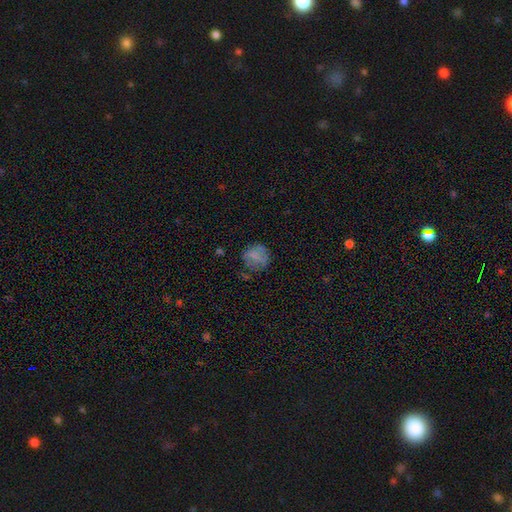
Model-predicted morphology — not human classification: Smooth or featured?
  - smooth: 66% *
  - featured or disk: 24%
  - star or artifact: 10%
How rounded?
  - round: 82% *
  - in between: 17%
  - cigar-shaped: 1%
Merging?
  - none: 66% *
  - minor disturbance: 21%
  - major disturbance: 11%
  - merger: 2%